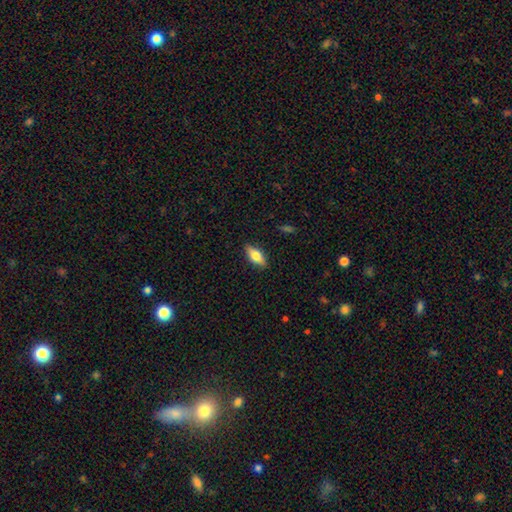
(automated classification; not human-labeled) Smooth or featured: smooth — 66% (featured or disk — 28%)
How rounded: in between — 77% (cigar-shaped — 20%)
Merging: none — 88% (minor disturbance — 9%)